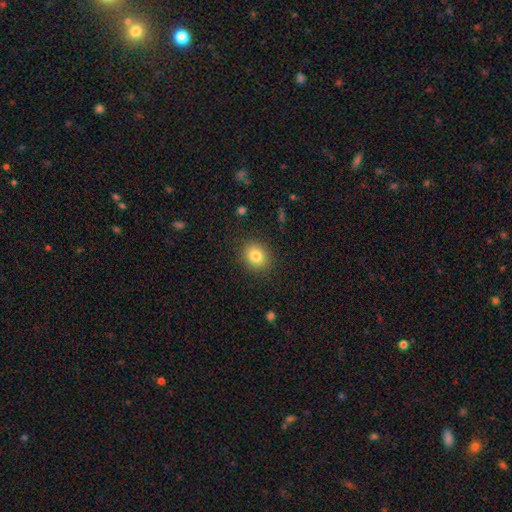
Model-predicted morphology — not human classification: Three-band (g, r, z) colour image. It shows a smooth galaxy with no disk features (82%) that is round (60%). Merging: none (88%).